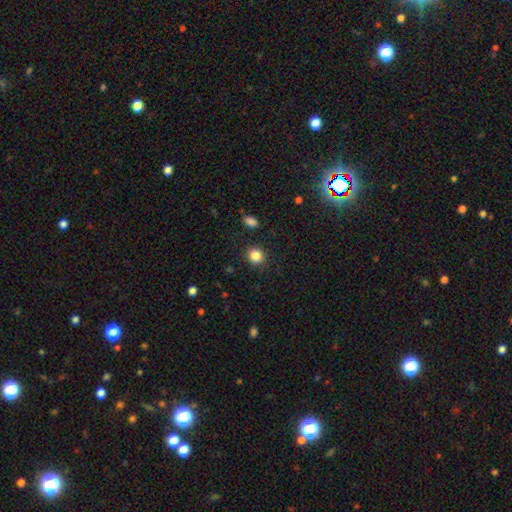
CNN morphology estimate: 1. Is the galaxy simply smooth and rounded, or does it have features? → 85% smooth, 11% star or artifact, 4% featured or disk.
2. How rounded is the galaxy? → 89% round, 10% in between, 1% cigar-shaped.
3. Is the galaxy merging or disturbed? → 90% none, 6% minor disturbance, 2% major disturbance, 1% merger.